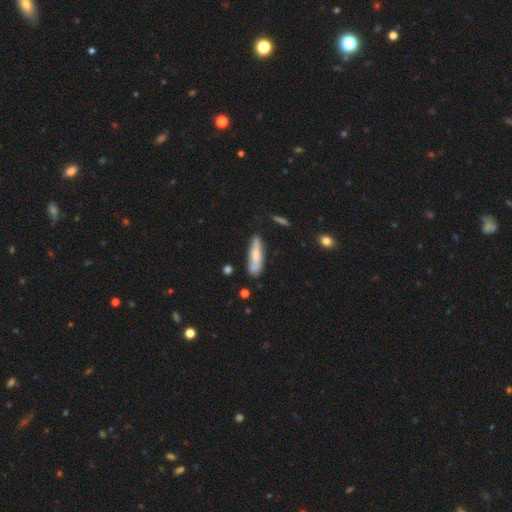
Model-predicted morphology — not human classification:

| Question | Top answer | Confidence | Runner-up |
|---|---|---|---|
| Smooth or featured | smooth | 63% | featured or disk (31%) |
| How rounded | cigar-shaped | 69% | in between (30%) |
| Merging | none | 67% | minor disturbance (23%) |